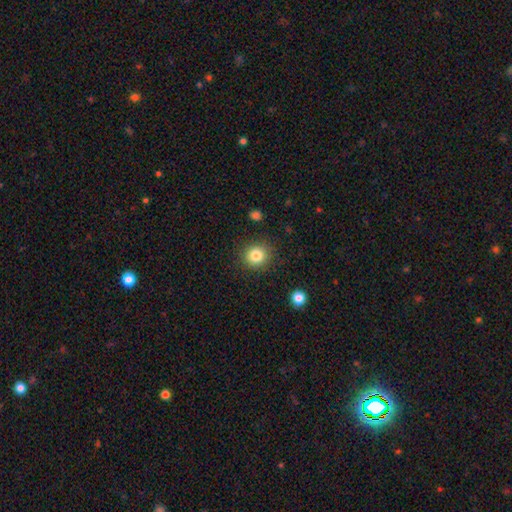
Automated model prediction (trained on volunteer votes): smooth_or_featured: smooth (p=0.83) [alt: star or artifact p=0.11]
how_rounded: round (p=0.88) [alt: in between p=0.11]
merging: none (p=0.88) [alt: minor disturbance p=0.08]